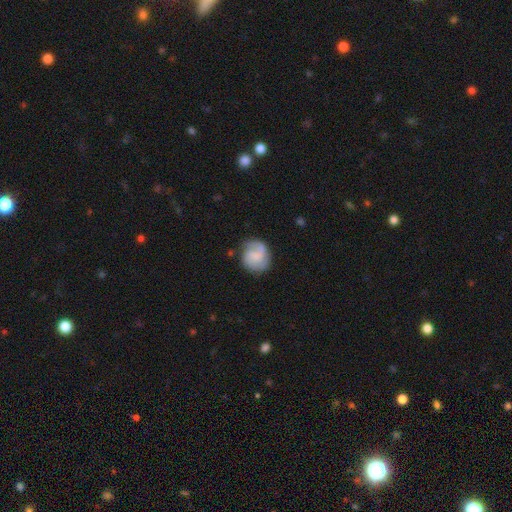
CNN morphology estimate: A featured or disk galaxy (64%) with no bar (45%, tied with weak), 2 (70%) medium (46%) spiral arms (93%) and no central bulge (44%).

Vote fractions:
- Smooth or featured? featured or disk: 64% / smooth: 30% / star or artifact: 6%
- Edge-on disk? no: 98% / yes: 2%
- Bar? no: 45% (tied) / weak: 45% (tied) / strong: 9%
- Spiral arms? yes: 93% / no: 7%
- Spiral winding? medium: 46% / loose: 27% / tight: 27%
- Spiral arm count? 2: 70% / 1: 14% / can't tell: 9% / 3: 4% / 4: 1% / more than 4: 1%
- Bulge size? none: 44% / small: 34% / moderate: 17% / large: 4% / dominant: 1%
- Merging? none: 70% / minor disturbance: 20% / major disturbance: 9% / merger: 2%